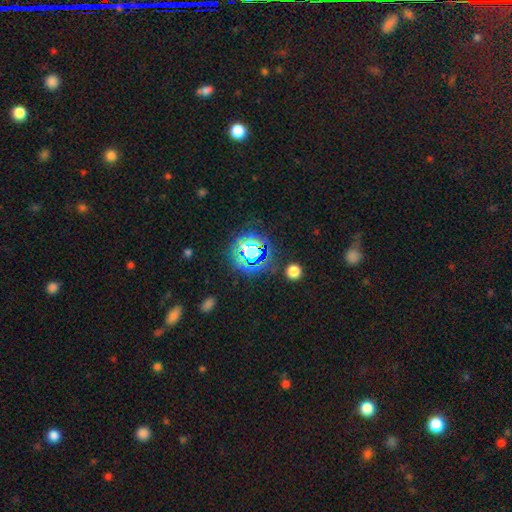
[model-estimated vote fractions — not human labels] Smooth or featured?
  - star or artifact: 70% *
  - smooth: 19%
  - featured or disk: 11%